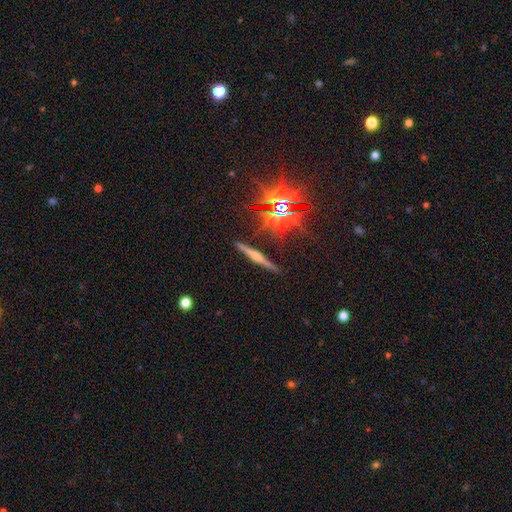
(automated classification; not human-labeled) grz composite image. It shows a featured or disk galaxy (61%) viewed edge-on (97%) with a rounded central bulge (80%). Merging: none (87%).